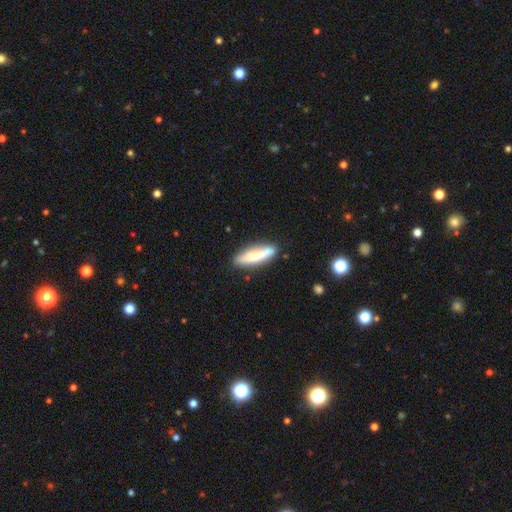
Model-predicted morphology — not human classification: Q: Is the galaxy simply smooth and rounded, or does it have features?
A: smooth — 60%.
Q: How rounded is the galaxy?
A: cigar-shaped — 73%.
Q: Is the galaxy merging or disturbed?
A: none — 78%.